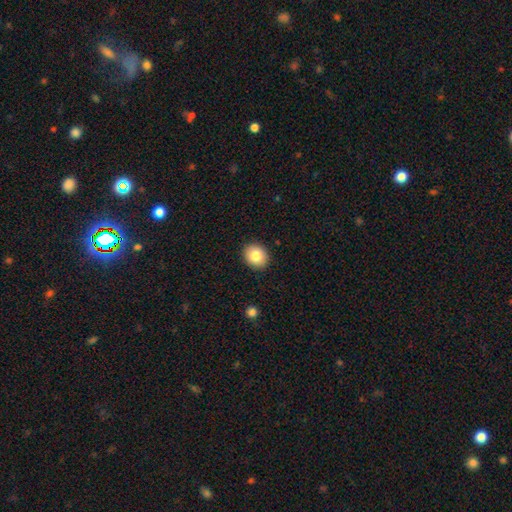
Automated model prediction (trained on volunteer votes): This is clearly a smooth galaxy (82%). How rounded: likely round (69%). Merging: clearly none (91%).